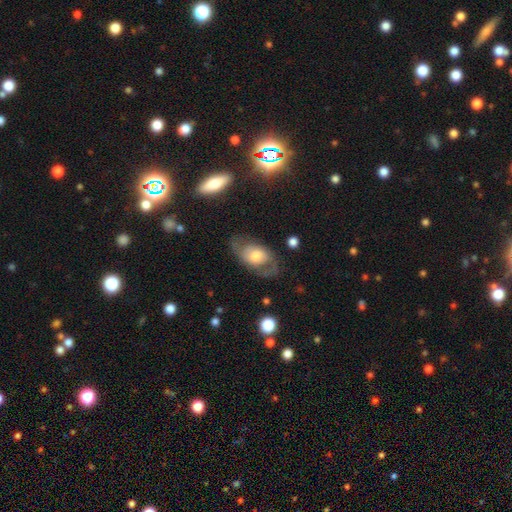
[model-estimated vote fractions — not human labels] smooth_or_featured: featured or disk (p=0.61) [alt: smooth p=0.33]
disk_edge_on: no (p=0.93) [alt: yes p=0.07]
bar: no (p=0.70) [alt: weak p=0.25]
has_spiral_arms: yes (p=0.74) [alt: no p=0.26]
bulge_size: moderate (p=0.54) [alt: large p=0.25]
merging: none (p=0.65) [alt: minor disturbance p=0.19]